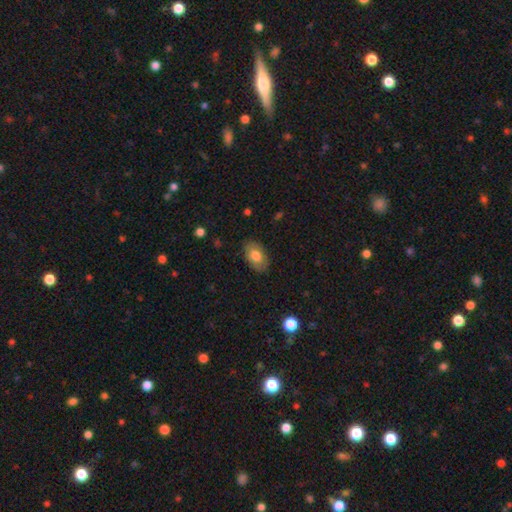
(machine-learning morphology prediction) Q: Smooth or featured?
A: smooth (74%); runner-up: featured or disk (19%)
Q: How rounded?
A: in between (88%); runner-up: round (10%)
Q: Merging?
A: none (84%); runner-up: minor disturbance (12%)